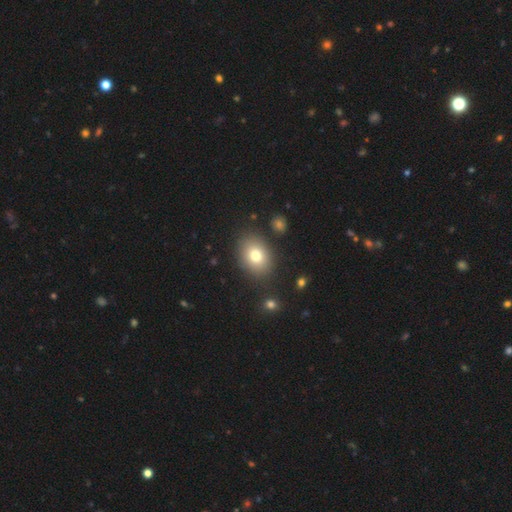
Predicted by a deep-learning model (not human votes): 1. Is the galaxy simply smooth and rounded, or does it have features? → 78% smooth, 12% featured or disk, 10% star or artifact.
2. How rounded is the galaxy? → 64% in between, 35% round, 1% cigar-shaped.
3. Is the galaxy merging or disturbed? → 84% none, 9% minor disturbance, 3% major disturbance, 3% merger.